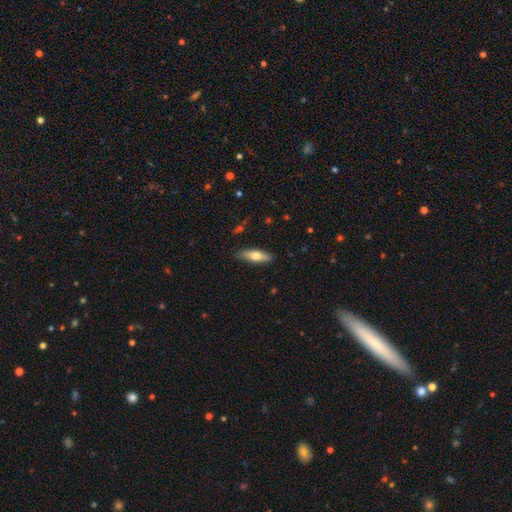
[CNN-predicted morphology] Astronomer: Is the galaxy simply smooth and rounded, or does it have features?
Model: smooth — 65%.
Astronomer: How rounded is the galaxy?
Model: cigar-shaped — 53% (runner-up: in between, 45%).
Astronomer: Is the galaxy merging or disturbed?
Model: none — 85%.